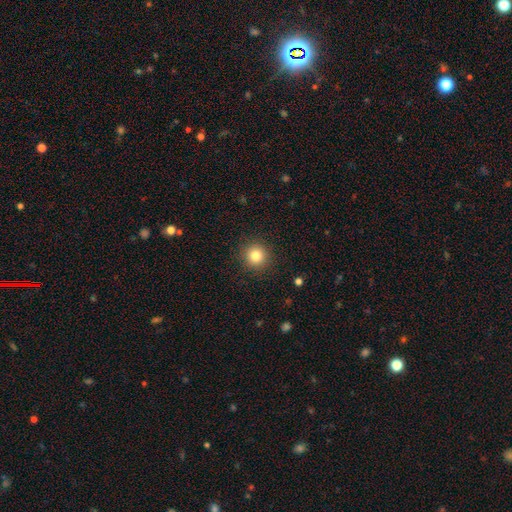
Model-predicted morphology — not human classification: smooth_or_featured: smooth (p=0.83) [alt: star or artifact p=0.11]
how_rounded: round (p=0.94) [alt: in between p=0.05]
merging: none (p=0.91) [alt: minor disturbance p=0.06]